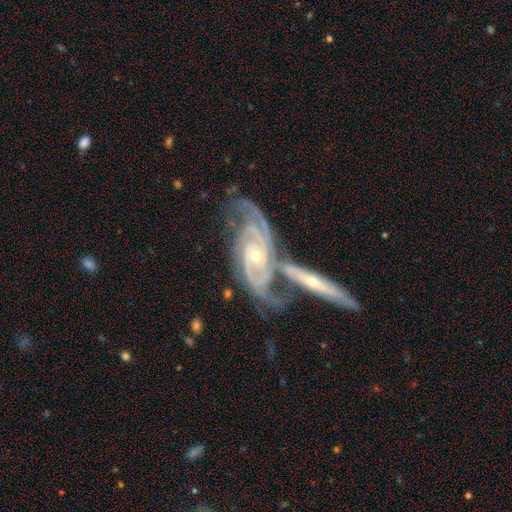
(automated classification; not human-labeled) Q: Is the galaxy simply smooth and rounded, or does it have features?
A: featured or disk — 93%.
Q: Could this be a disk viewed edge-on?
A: no — 93%.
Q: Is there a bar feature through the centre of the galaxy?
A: no — 62%.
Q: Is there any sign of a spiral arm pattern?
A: yes — 98%.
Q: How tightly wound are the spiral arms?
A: tight — 64%.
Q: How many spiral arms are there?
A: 2 — 34%.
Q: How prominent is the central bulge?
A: small — 59%.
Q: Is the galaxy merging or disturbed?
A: merger — 45%.